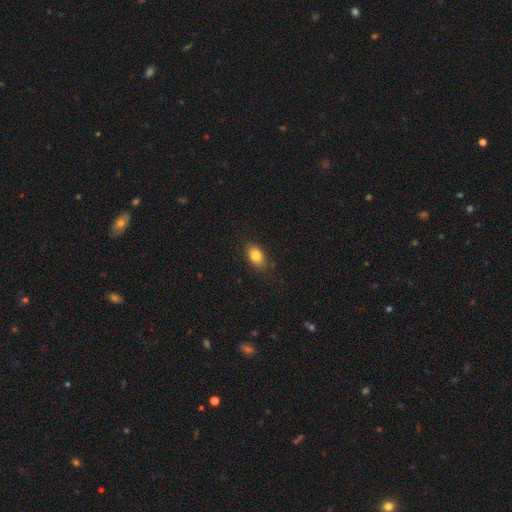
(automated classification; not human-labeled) The model was most divided on "how rounded": in between: 83%, round: 15%, cigar-shaped: 2%. More confident: smooth or featured — smooth (84%); merging — none (82%).